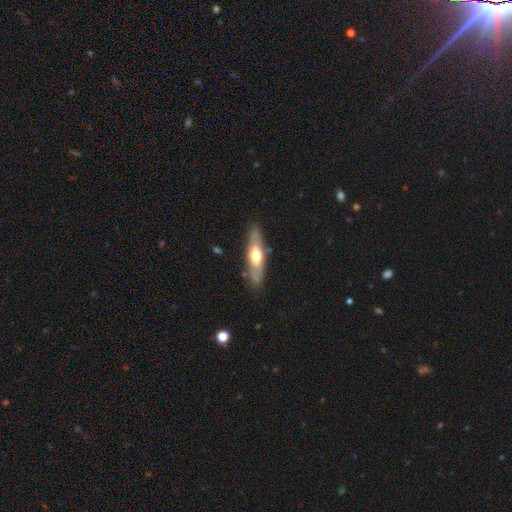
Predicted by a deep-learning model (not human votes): Overall: featured or disk (49%; smooth 46%). Merging: none (82%).